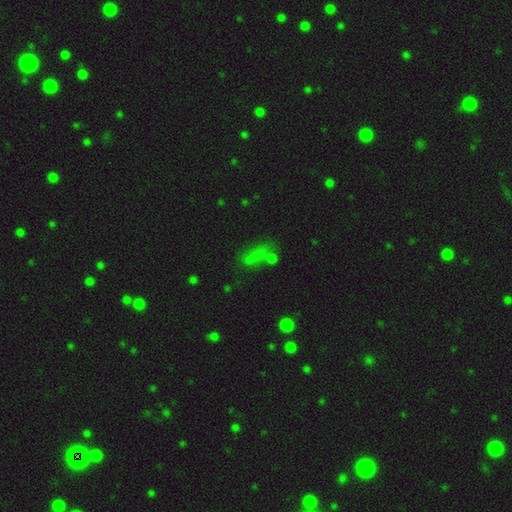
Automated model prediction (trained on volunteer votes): A smooth galaxy with no disk features (56%) that is in between round and cigar-shaped (66%). Merging: none (46%).